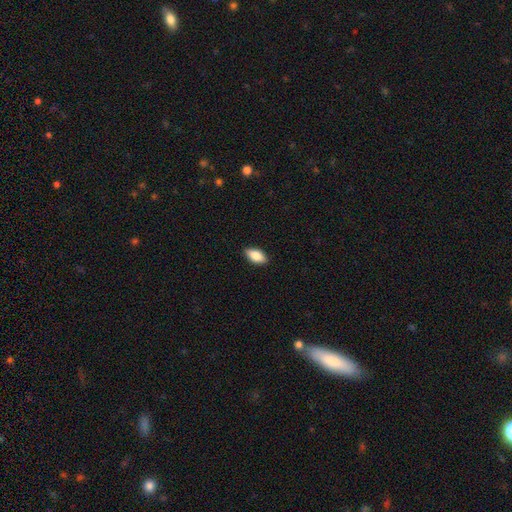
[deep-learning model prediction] The model was most divided on "smooth or featured": smooth: 86%, featured or disk: 8%, star or artifact: 7%. More confident: how rounded — in between (91%); merging — none (89%).